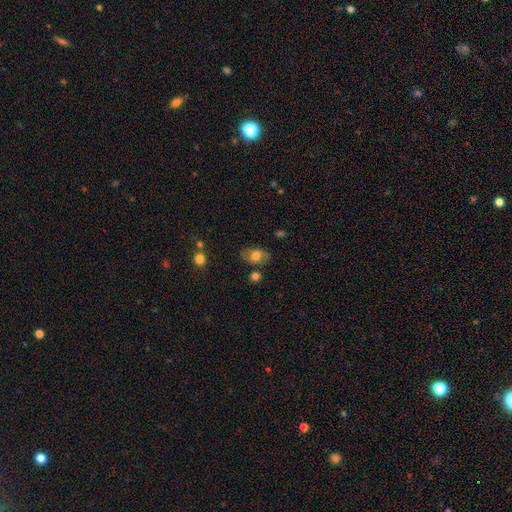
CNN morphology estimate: Smooth or featured: smooth — 59% (featured or disk — 32%)
How rounded: in between — 80% (round — 18%)
Merging: none — 70% (minor disturbance — 19%)